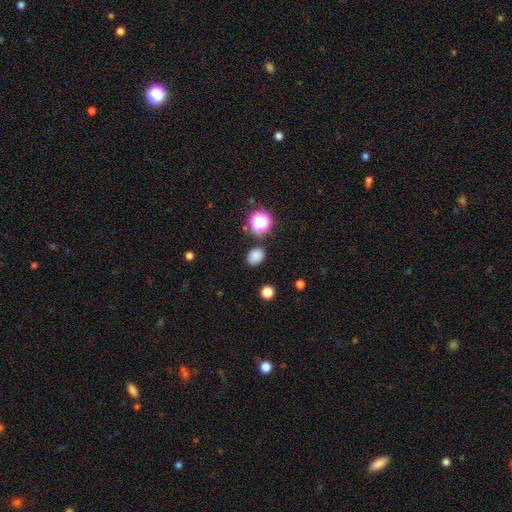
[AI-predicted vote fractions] smooth-or-featured: smooth: 81% | star or artifact: 15% | featured or disk: 4%
  how-rounded: in between: 59% | round: 40% | cigar-shaped: 1%
  merging: none: 82% | minor disturbance: 11% | merger: 3% | major disturbance: 3%